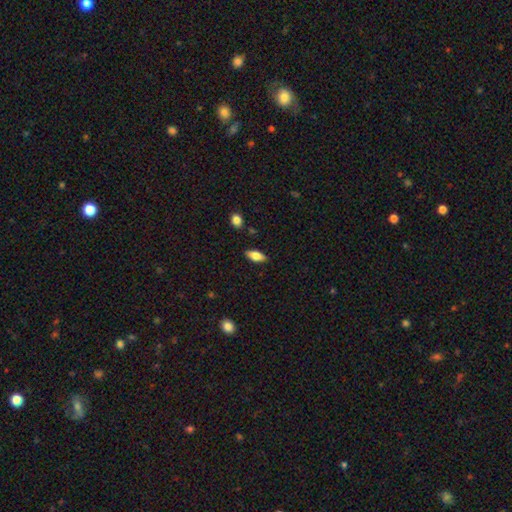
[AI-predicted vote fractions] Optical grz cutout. It shows a smooth galaxy with no disk features (77%) that is in between round and cigar-shaped (83%). Merging: none (85%).